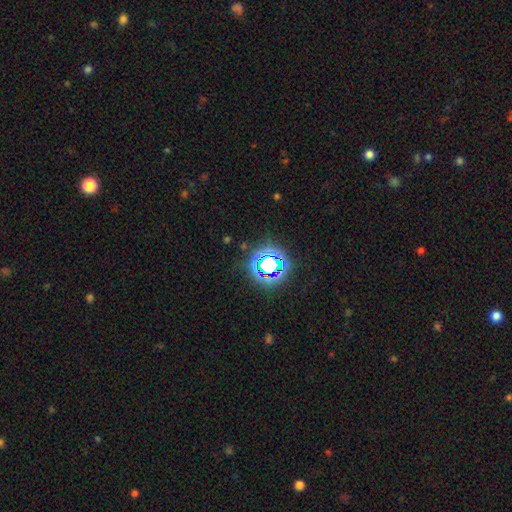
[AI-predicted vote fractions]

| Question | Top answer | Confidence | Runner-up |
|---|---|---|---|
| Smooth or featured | star or artifact | 80% | smooth (14%) |